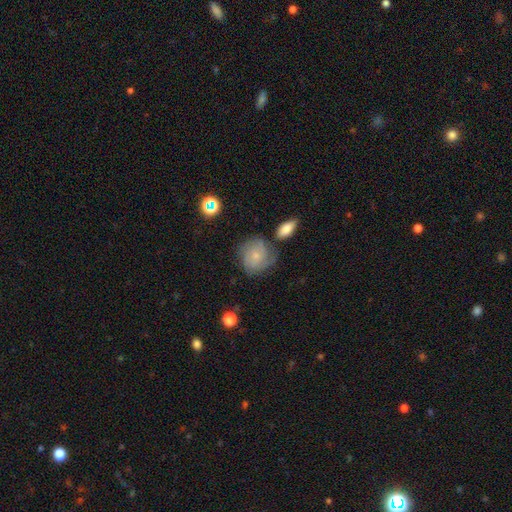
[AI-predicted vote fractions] A smooth galaxy with no disk features (47%). Merging: none (58%).